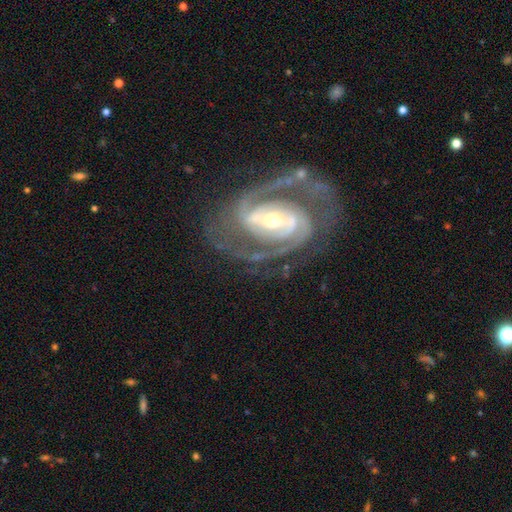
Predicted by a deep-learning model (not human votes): A featured or disk galaxy (92%) with a strong bar (41%), 2 (77%) tight (46%) spiral arms (98%) and a moderate central bulge (47%, tied with small). Merging: none (71%).